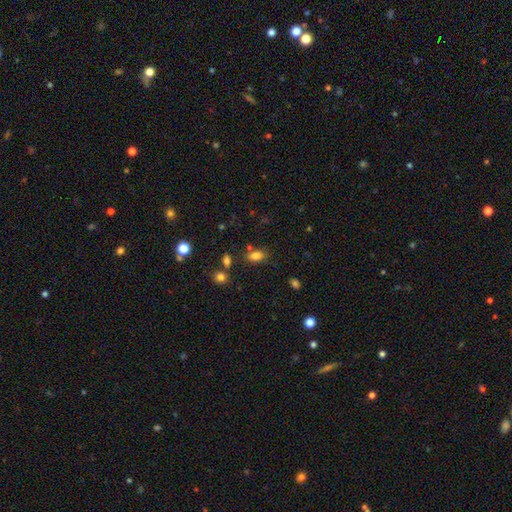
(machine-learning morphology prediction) Smooth or featured? Predicted: smooth (p=0.81). How rounded? Predicted: in between (p=0.88). Merging? Predicted: none (p=0.73).